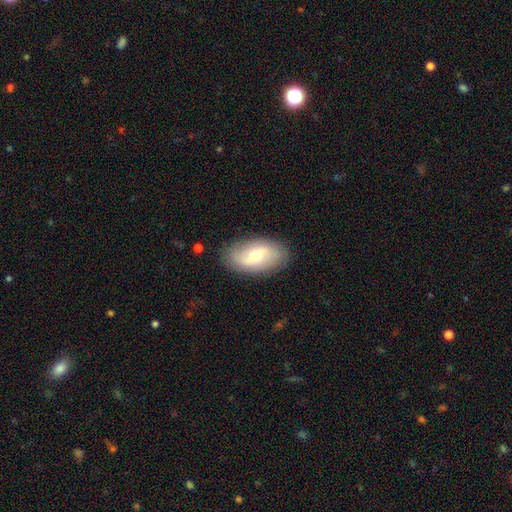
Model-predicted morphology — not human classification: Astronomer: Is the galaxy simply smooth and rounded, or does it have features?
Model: featured or disk — 50% (runner-up: smooth, 43%).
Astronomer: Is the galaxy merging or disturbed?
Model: none — 85%.